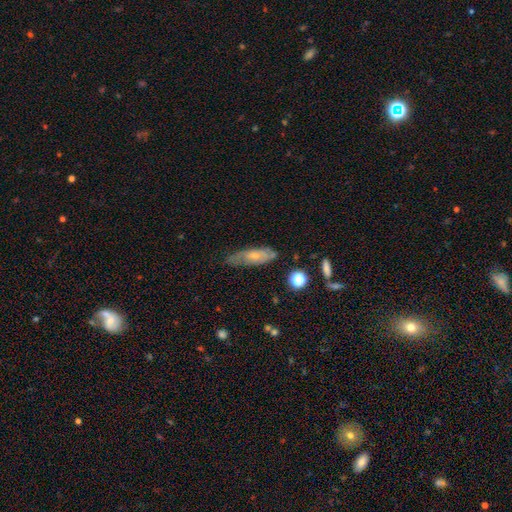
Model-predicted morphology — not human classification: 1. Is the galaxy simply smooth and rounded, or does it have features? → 48% smooth, 45% featured or disk, 8% star or artifact.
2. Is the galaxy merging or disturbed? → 61% none, 28% minor disturbance, 8% major disturbance, 2% merger.